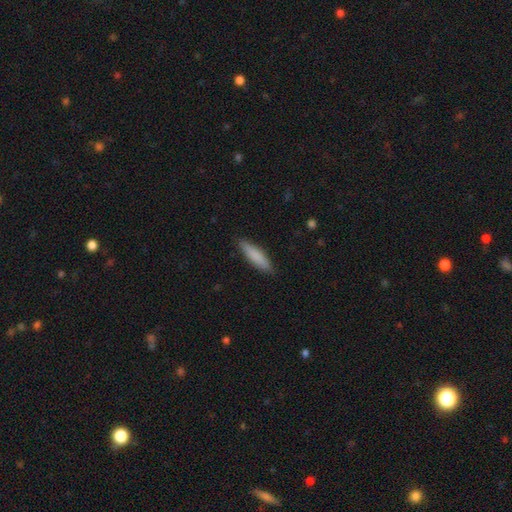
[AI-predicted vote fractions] smooth 82%, featured or disk 12%, star or artifact 5%. Down the decision tree: how rounded — cigar-shaped (73%); merging — none (88%).